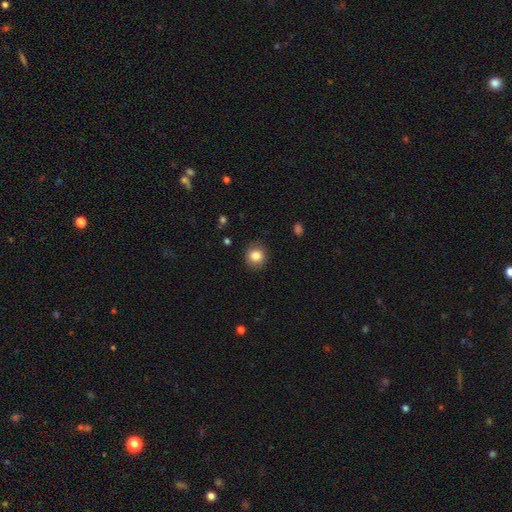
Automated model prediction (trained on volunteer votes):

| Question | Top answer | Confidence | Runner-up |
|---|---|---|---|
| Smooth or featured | smooth | 85% | star or artifact (10%) |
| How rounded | round | 89% | in between (10%) |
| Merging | none | 88% | minor disturbance (8%) |